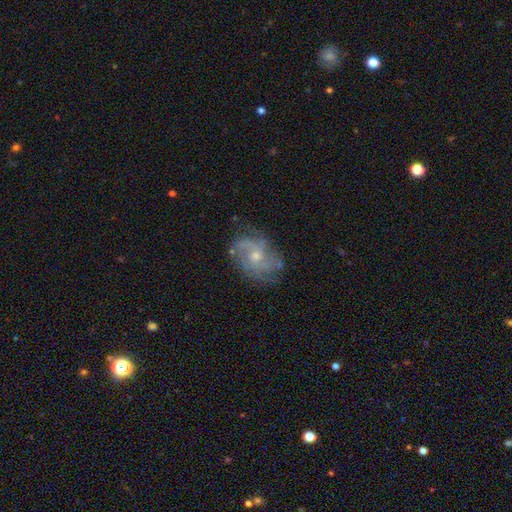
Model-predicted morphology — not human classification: type=featured or disk (78%); edge-on=no (97%); bar=no (74%); spiral arms=yes (92%); winding=medium (42%); arm count=can't tell (33%); bulge=small (54%); merging=none (73%).